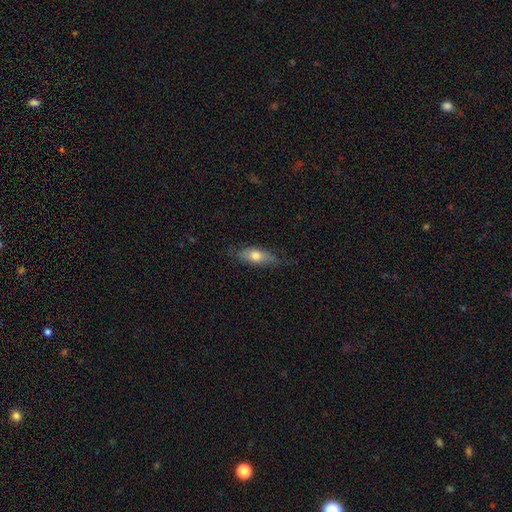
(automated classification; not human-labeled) This is likely a smooth galaxy (66%). How rounded: likely in between (66%). Merging: likely none (73%).